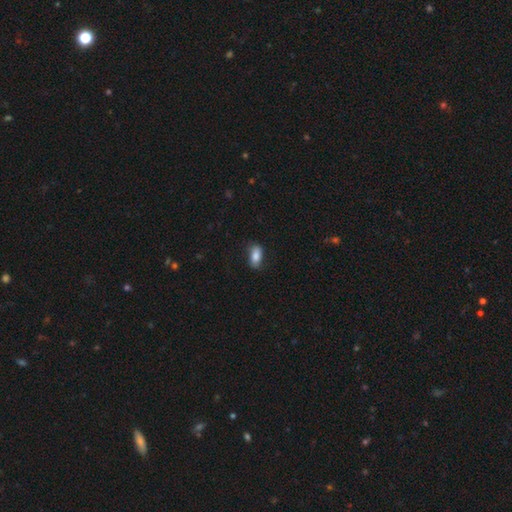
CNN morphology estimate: This is clearly a smooth galaxy (82%). How rounded: clearly in between (89%). Merging: likely none (77%).